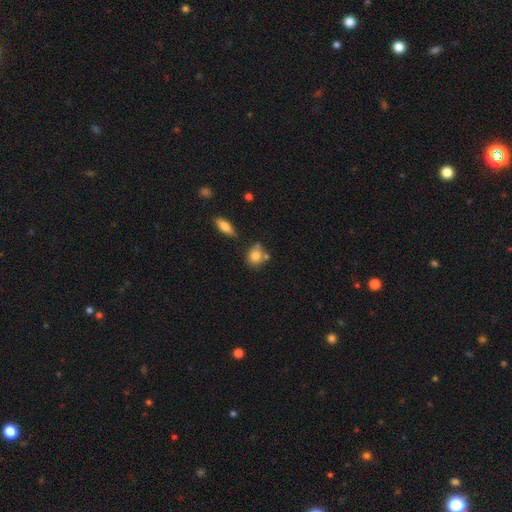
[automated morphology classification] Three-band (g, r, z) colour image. It shows a smooth galaxy with no disk features (79%) that is round (68%). Merging: none (59%).